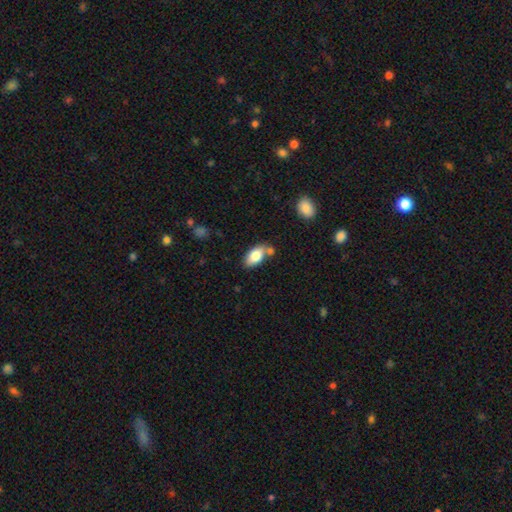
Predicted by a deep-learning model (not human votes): Smooth or featured?
  - smooth: 80% *
  - featured or disk: 13%
  - star or artifact: 7%
How rounded?
  - in between: 92% *
  - round: 4%
  - cigar-shaped: 4%
Merging?
  - none: 64% *
  - merger: 17%
  - minor disturbance: 15%
  - major disturbance: 4%